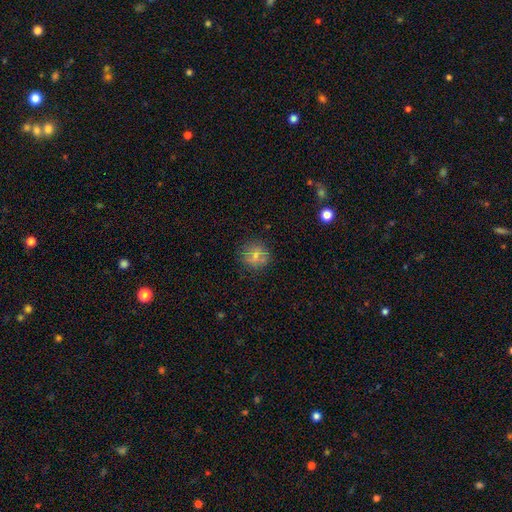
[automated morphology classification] Q: Smooth or featured?
A: smooth (71%); runner-up: featured or disk (15%)
Q: How rounded?
A: round (90%); runner-up: in between (9%)
Q: Merging?
A: none (79%); runner-up: minor disturbance (12%)